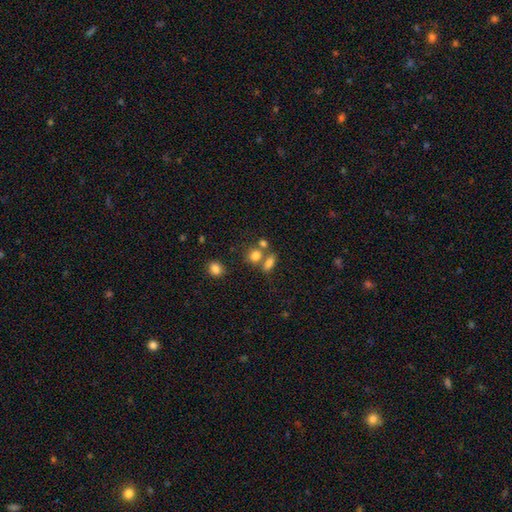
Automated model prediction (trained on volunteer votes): This is likely a smooth galaxy (78%). How rounded: possibly round (58%). Merging: possibly none (50%).